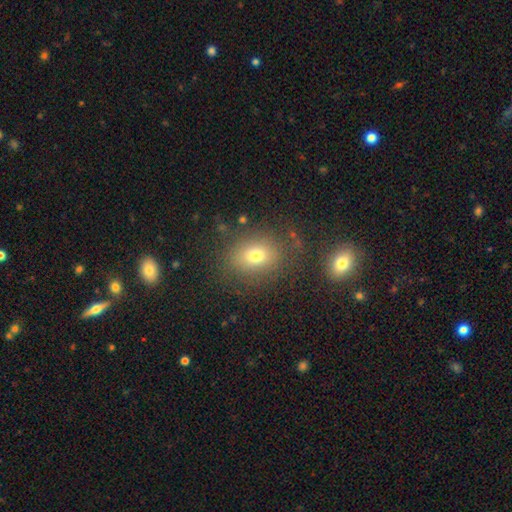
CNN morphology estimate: A smooth galaxy with no disk features (73%) that is in between round and cigar-shaped (52%). Merging: none (78%).